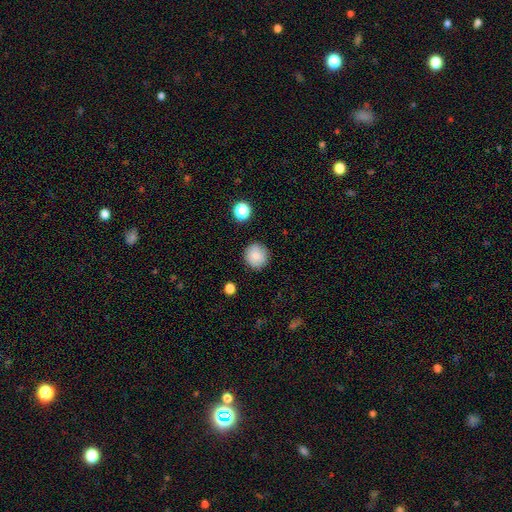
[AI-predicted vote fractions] A smooth galaxy with no disk features (85%) that is round (93%).

Vote fractions:
- Smooth or featured? smooth: 85% / star or artifact: 9% / featured or disk: 6%
- How rounded? round: 93% / in between: 6% / cigar-shaped: 1%
- Merging? none: 89% / minor disturbance: 8% / major disturbance: 2% / merger: 2%